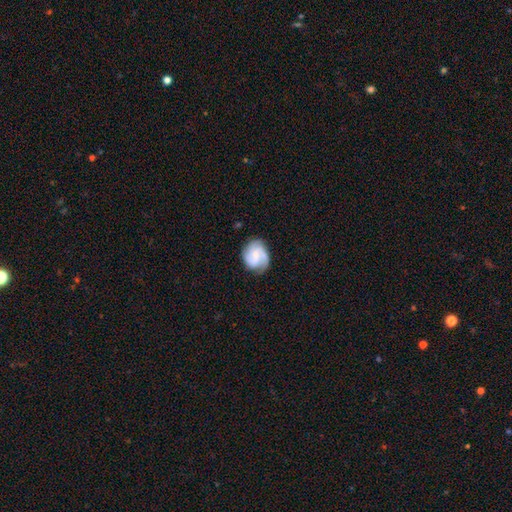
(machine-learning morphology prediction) type=featured or disk (67%); edge-on=no (98%); bar=no (56%); spiral arms=yes (93%); winding=tight (43%); arm count=2 (36%); bulge=small (58%); merging=none (68%).